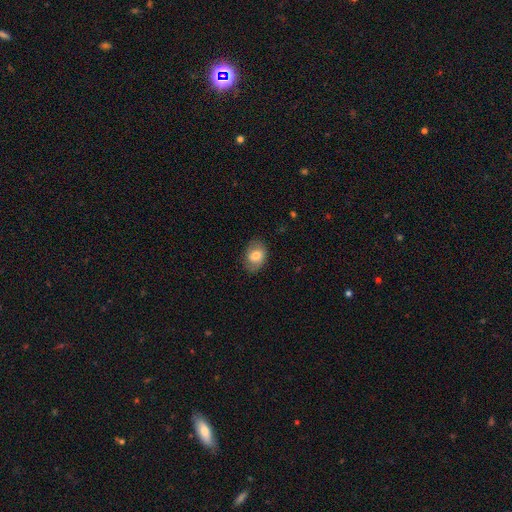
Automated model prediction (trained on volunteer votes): smooth-or-featured: smooth: 75% | featured or disk: 17% | star or artifact: 8%
  how-rounded: in between: 73% | round: 26% | cigar-shaped: 1%
  merging: none: 76% | minor disturbance: 18% | major disturbance: 5% | merger: 1%